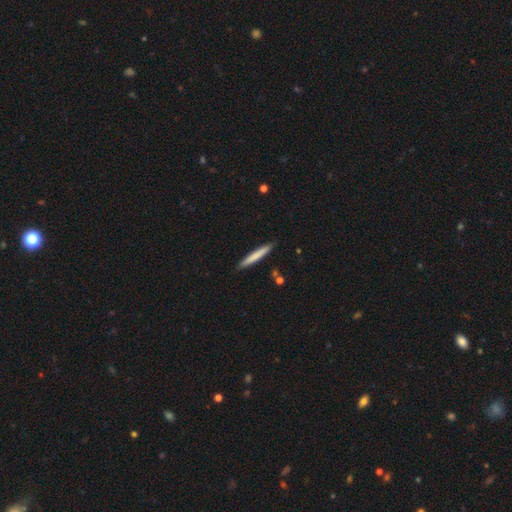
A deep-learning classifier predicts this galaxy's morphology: Q: Smooth or featured?
A: smooth (72%); runner-up: featured or disk (23%)
Q: How rounded?
A: cigar-shaped (96%); runner-up: in between (3%)
Q: Merging?
A: none (88%); runner-up: minor disturbance (8%)